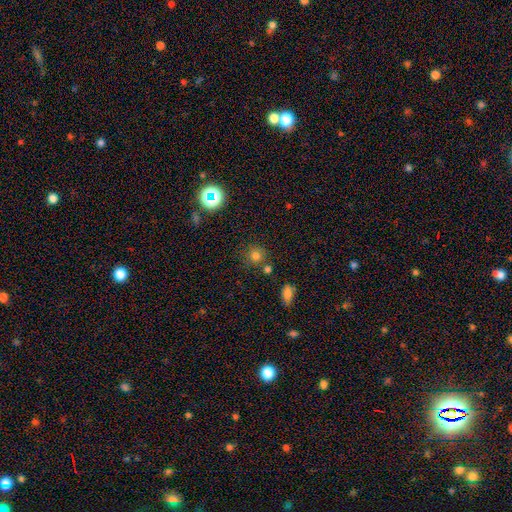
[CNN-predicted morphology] This appears to be a smooth galaxy with no disk features (74%) that is round (88%). Merging: none (77%).